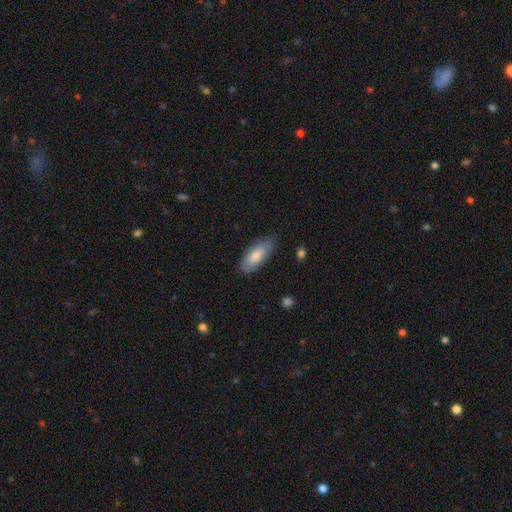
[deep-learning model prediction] smooth-or-featured: smooth: 79% | featured or disk: 15% | star or artifact: 5%
  how-rounded: in between: 78% | cigar-shaped: 20% | round: 2%
  merging: none: 82% | minor disturbance: 14% | major disturbance: 3% | merger: 1%